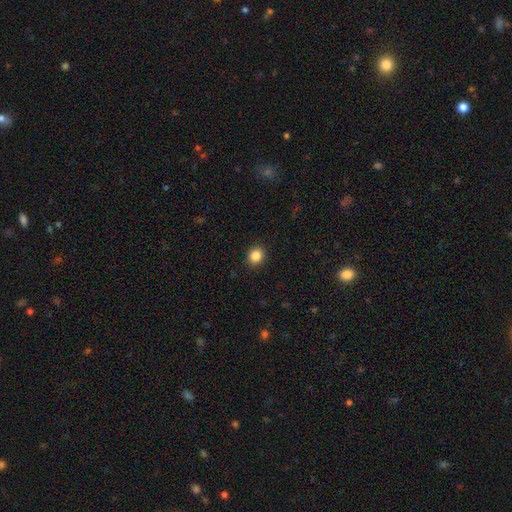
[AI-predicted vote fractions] Smooth or featured? smooth (86%)
How rounded? round (76%)
Merging? none (91%)